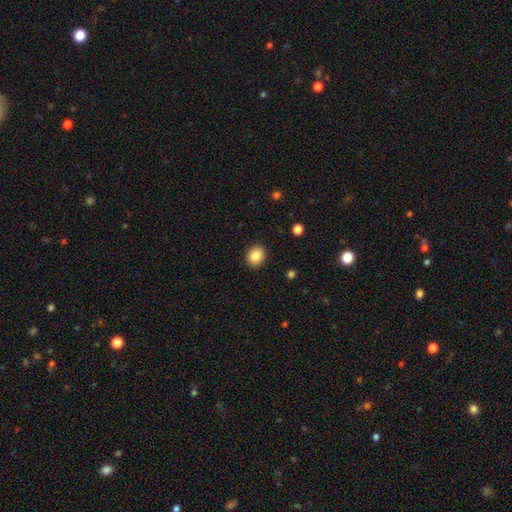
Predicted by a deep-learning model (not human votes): This is clearly a smooth galaxy (87%). How rounded: possibly round (54%). Merging: clearly none (90%).